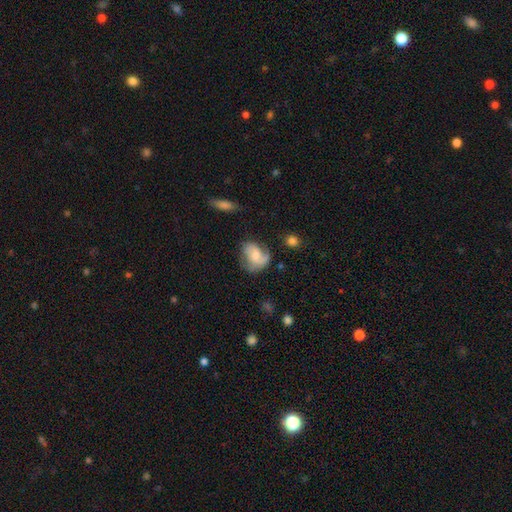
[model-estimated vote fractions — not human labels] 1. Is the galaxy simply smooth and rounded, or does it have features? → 52% featured or disk, 40% smooth, 7% star or artifact.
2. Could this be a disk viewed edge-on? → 96% no, 4% yes.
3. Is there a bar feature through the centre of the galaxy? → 63% no, 31% weak, 6% strong.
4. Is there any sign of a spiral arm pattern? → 82% yes, 18% no.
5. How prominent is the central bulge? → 44% moderate, 37% small, 9% none, 8% large, 2% dominant.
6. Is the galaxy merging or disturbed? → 49% none, 28% minor disturbance, 19% major disturbance, 3% merger.